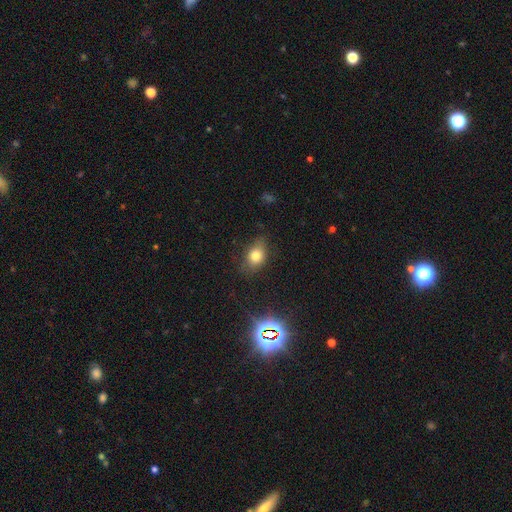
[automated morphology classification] The model was most divided on "how rounded": in between: 65%, round: 34%, cigar-shaped: 2%. More confident: smooth or featured — smooth (75%); merging — none (70%).